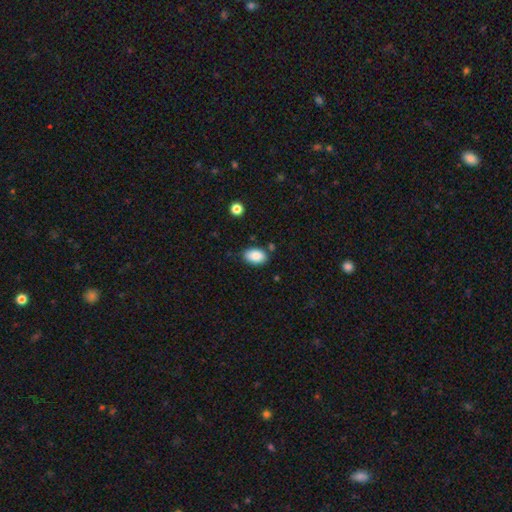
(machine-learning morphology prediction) Smooth or featured: smooth — 88% (star or artifact — 7%)
How rounded: in between — 90% (round — 8%)
Merging: none — 81% (minor disturbance — 13%)